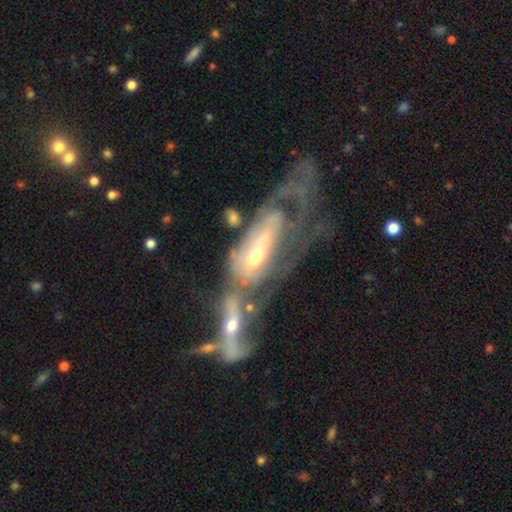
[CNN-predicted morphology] featured or disk 71%, smooth 21%, star or artifact 8%. Down the decision tree: edge-on disk — no (82%); bar — no (61%); spiral arms — yes (57%); bulge size — moderate (59%); merging — merger (50%).